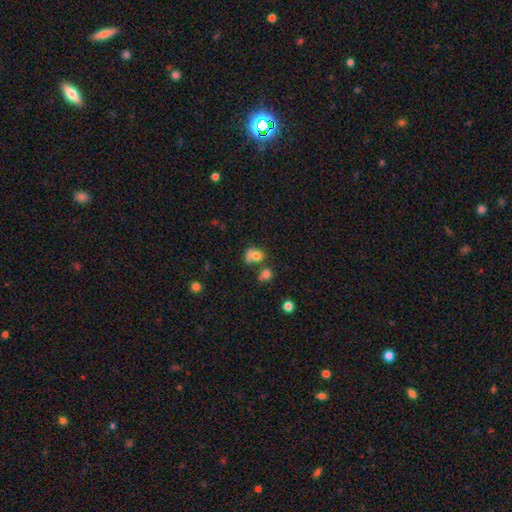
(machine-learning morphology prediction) A smooth galaxy with no disk features (71%) that is round (60%). Merging: merger (35%).